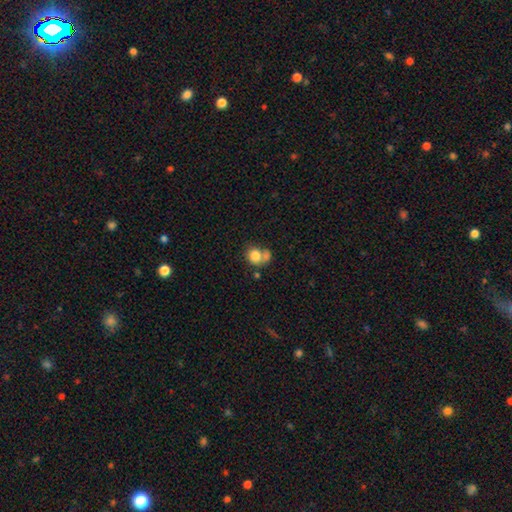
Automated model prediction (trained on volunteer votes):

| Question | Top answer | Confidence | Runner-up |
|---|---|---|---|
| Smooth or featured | smooth | 79% | featured or disk (12%) |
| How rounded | round | 66% | in between (33%) |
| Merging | merger | 40% | none (38%) |